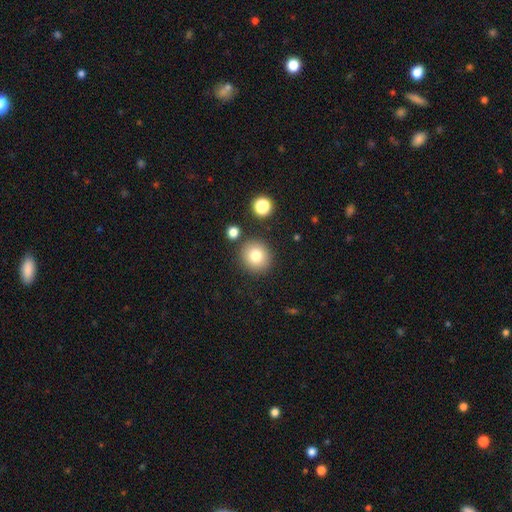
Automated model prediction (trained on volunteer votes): A smooth galaxy with no disk features (79%) that is round (89%).

Vote fractions:
- Smooth or featured? smooth: 79% / star or artifact: 11% / featured or disk: 10%
- How rounded? round: 89% / in between: 10% / cigar-shaped: 1%
- Merging? none: 86% / minor disturbance: 7% / merger: 4% / major disturbance: 3%